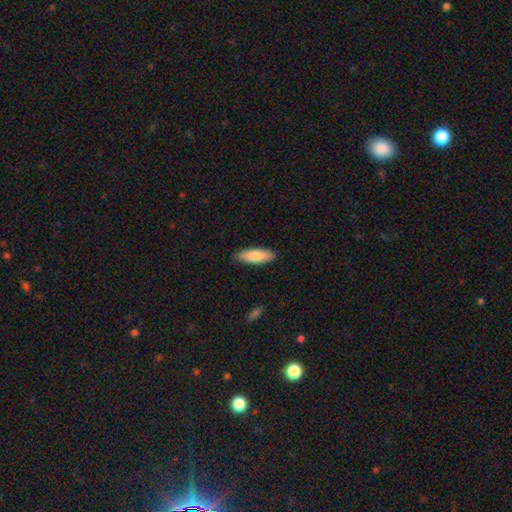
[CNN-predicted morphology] smooth-or-featured: smooth: 83% | featured or disk: 11% | star or artifact: 5%
  how-rounded: in between: 62% | cigar-shaped: 37% | round: 2%
  merging: none: 88% | minor disturbance: 9% | major disturbance: 2% | merger: 1%